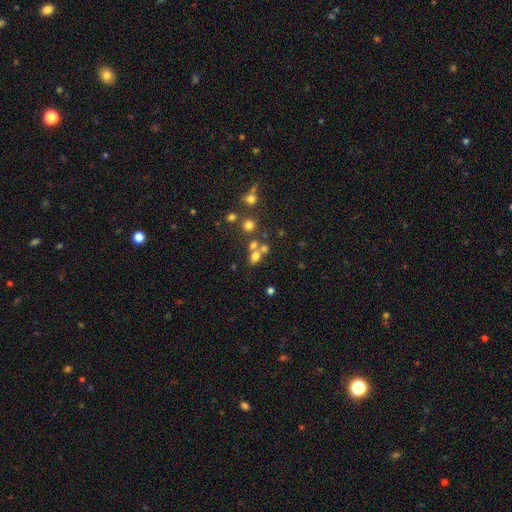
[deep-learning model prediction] Smooth or featured: smooth — 64% (star or artifact — 19%)
How rounded: in between — 61% (round — 36%)
Merging: none — 43% (merger — 40%)